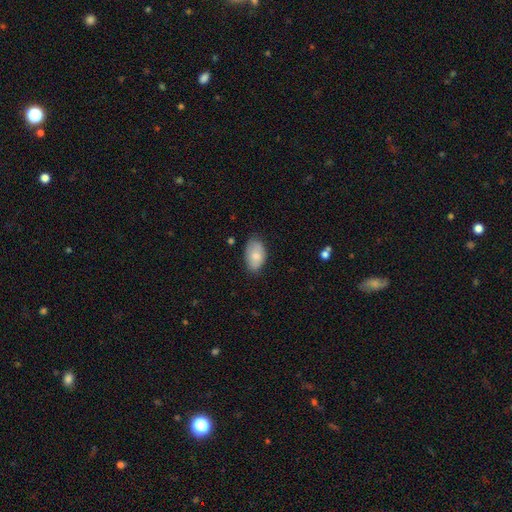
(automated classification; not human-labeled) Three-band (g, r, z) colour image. It shows a smooth galaxy with no disk features (79%) that is in between round and cigar-shaped (92%). Merging: none (69%).